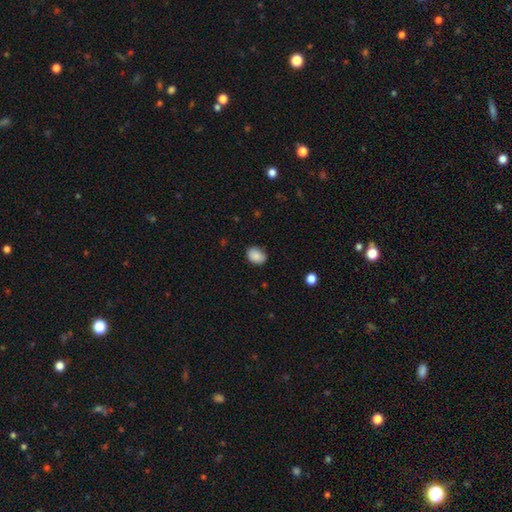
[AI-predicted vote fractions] A smooth galaxy with no disk features (88%) that is in between round and cigar-shaped (67%). Merging: none (82%).